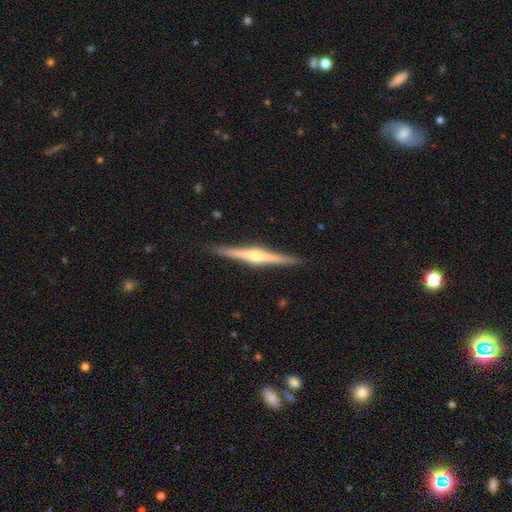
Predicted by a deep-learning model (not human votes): Q: Smooth or featured?
A: featured or disk (81%); runner-up: smooth (14%)
Q: Edge-on disk?
A: yes (99%); runner-up: no (1%)
Q: Edge-on bulge?
A: rounded (84%); runner-up: boxy (8%)
Q: Merging?
A: none (91%); runner-up: minor disturbance (7%)